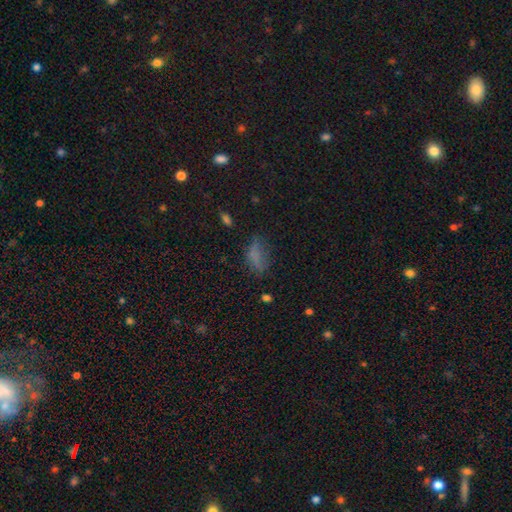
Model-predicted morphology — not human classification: Overall: smooth (69%). How rounded: in between (80%). Merging: none (52%; minor disturbance 28%).